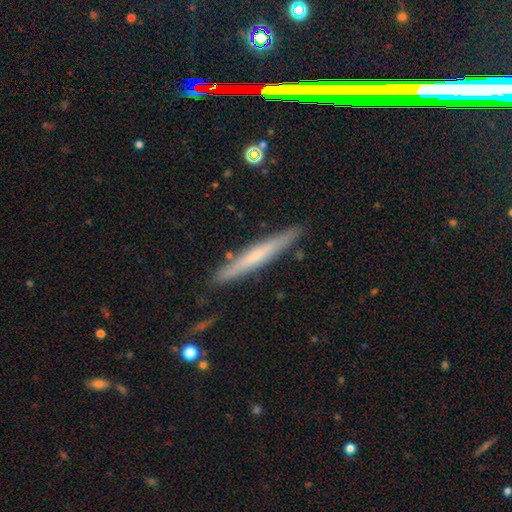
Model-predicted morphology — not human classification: This is possibly a smooth galaxy (50%). How rounded: clearly cigar-shaped (96%). Merging: clearly none (87%).